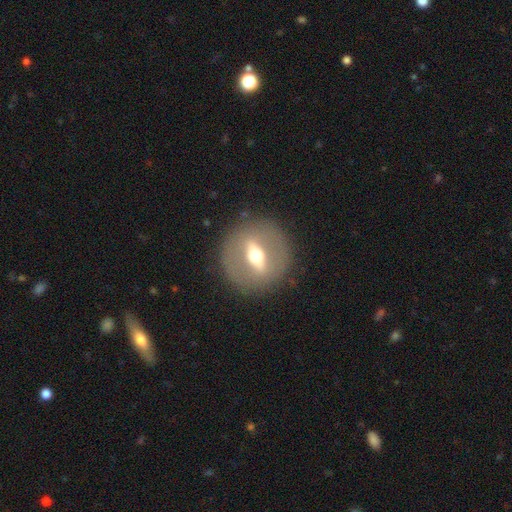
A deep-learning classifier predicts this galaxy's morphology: smooth_or_featured: featured or disk (p=0.71) [alt: smooth p=0.22]
disk_edge_on: no (p=0.59) [alt: yes p=0.41]
merging: none (p=0.87) [alt: minor disturbance p=0.07]